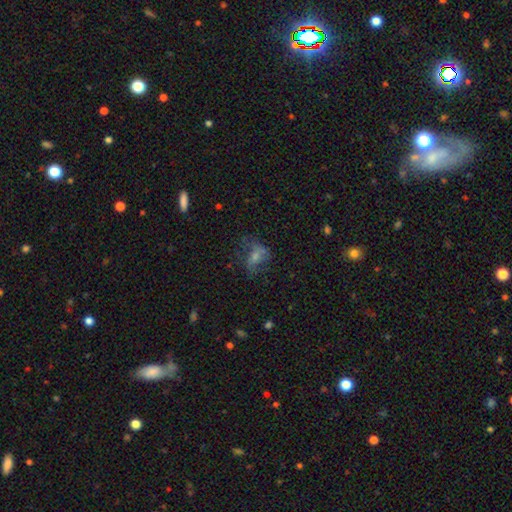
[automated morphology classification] smooth-or-featured: featured or disk: 40% | smooth: 37% | star or artifact: 23%
  merging: none: 50% | major disturbance: 25% | minor disturbance: 22% | merger: 3%